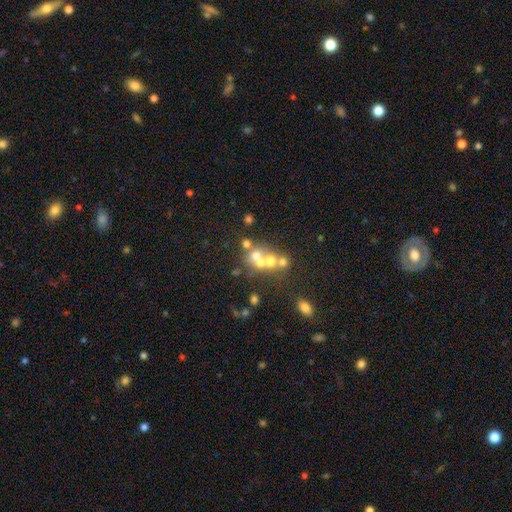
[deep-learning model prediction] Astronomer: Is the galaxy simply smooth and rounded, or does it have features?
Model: smooth — 48% (runner-up: featured or disk, 32%).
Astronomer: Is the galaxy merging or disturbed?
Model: merger — 52% (runner-up: none, 34%).